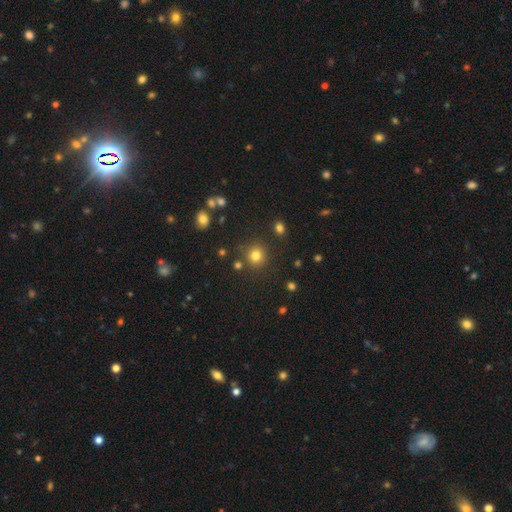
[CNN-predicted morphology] Smooth or featured: smooth — 79% (star or artifact — 15%)
How rounded: round — 93% (in between — 6%)
Merging: none — 85% (minor disturbance — 8%)